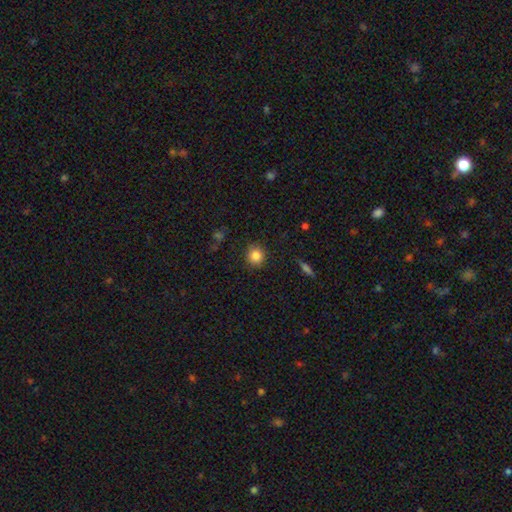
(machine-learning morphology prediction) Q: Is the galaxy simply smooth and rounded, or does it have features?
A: smooth — 84%.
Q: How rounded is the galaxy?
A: round — 90%.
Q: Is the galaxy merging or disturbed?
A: none — 90%.